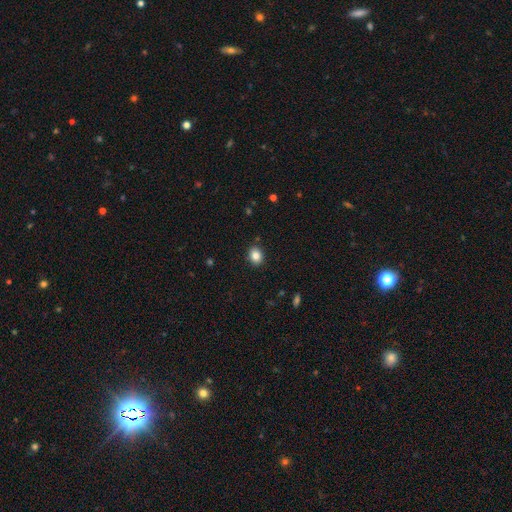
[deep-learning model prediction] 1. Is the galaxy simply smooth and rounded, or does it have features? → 84% smooth, 10% star or artifact, 6% featured or disk.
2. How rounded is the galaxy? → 51% round, 48% in between, 1% cigar-shaped.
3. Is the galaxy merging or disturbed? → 88% none, 8% minor disturbance, 2% major disturbance, 1% merger.